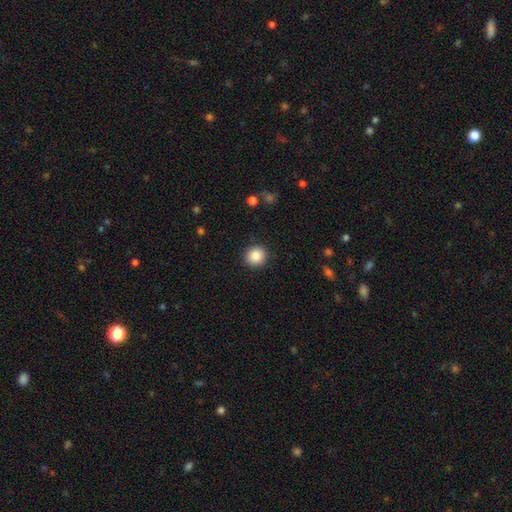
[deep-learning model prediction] Q: Smooth or featured?
A: smooth (87%); runner-up: star or artifact (9%)
Q: How rounded?
A: round (92%); runner-up: in between (7%)
Q: Merging?
A: none (91%); runner-up: minor disturbance (6%)